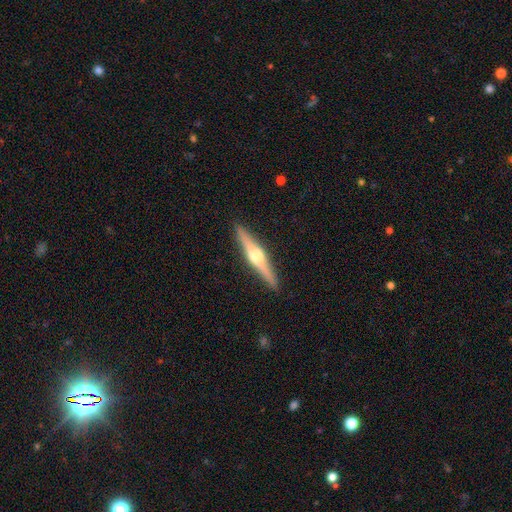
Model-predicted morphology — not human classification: Overall: featured or disk (73%). Edge-on disk: yes (98%). Edge-on bulge: rounded (94%). Merging: none (92%).